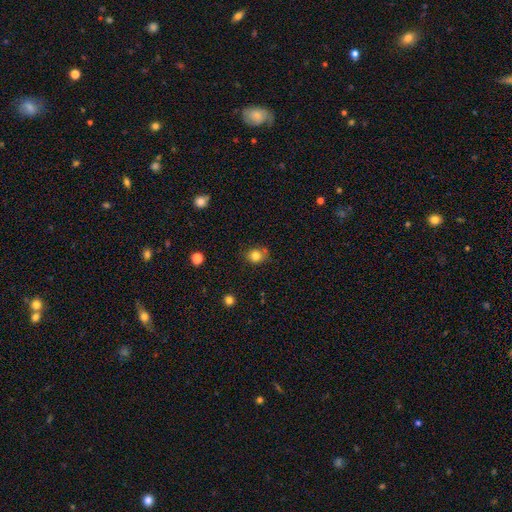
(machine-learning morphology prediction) Q: Smooth or featured?
A: smooth (81%); runner-up: star or artifact (12%)
Q: How rounded?
A: round (73%); runner-up: in between (26%)
Q: Merging?
A: none (73%); runner-up: minor disturbance (17%)